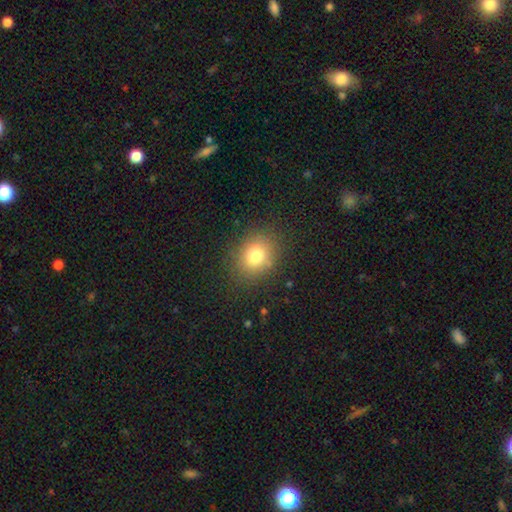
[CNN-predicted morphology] Overall: smooth (78%). How rounded: round (59%; in between 40%). Merging: none (83%).